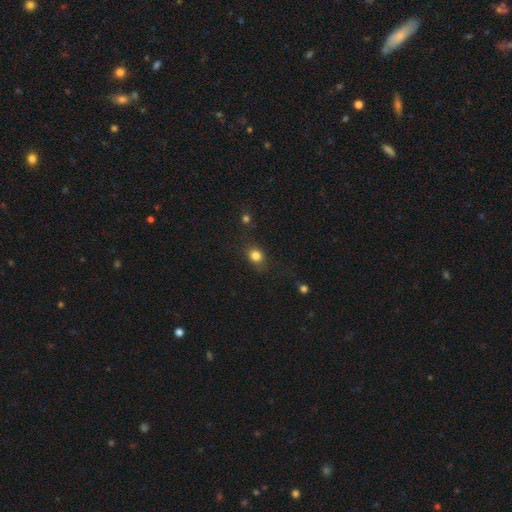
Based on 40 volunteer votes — A smooth galaxy with no disk features (75%) that is round (53%). Merging: none (66%).